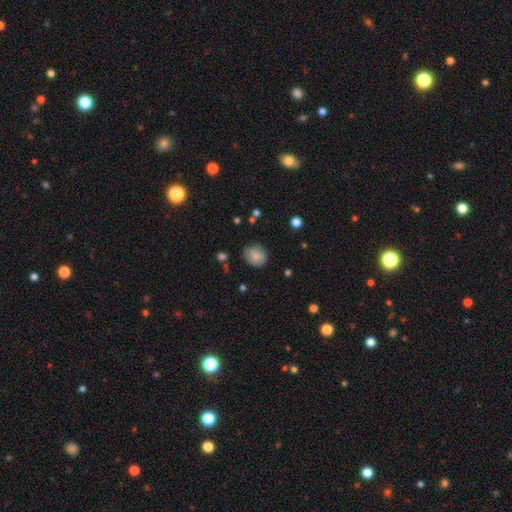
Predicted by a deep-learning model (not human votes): Overall: smooth (75%). How rounded: round (73%). Merging: none (76%).